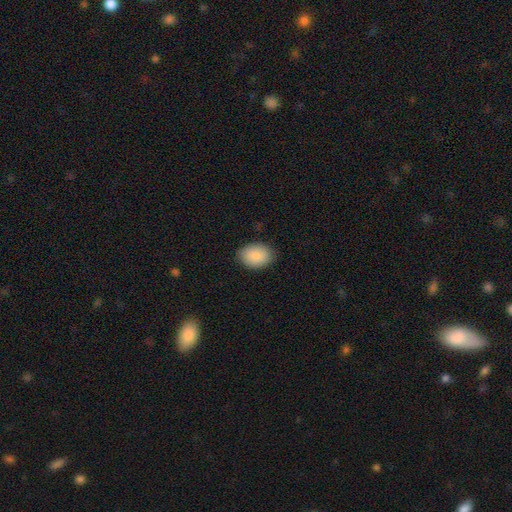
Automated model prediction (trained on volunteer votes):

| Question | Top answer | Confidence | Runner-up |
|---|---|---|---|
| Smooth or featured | smooth | 90% | star or artifact (6%) |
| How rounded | in between | 75% | round (24%) |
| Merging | none | 85% | minor disturbance (12%) |